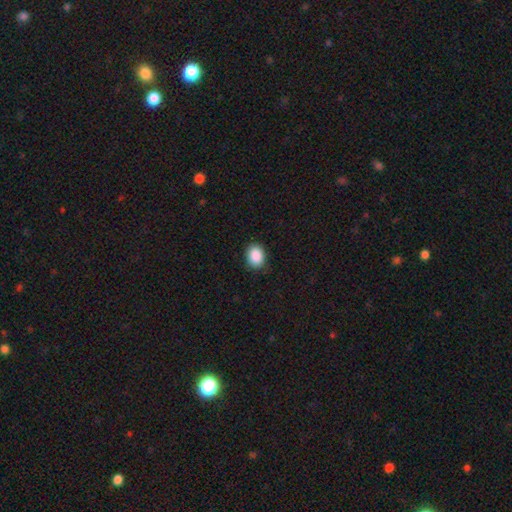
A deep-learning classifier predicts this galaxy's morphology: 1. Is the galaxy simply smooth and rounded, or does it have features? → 90% smooth, 8% star or artifact, 3% featured or disk.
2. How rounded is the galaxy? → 61% in between, 38% round, 1% cigar-shaped.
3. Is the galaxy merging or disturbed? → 87% none, 9% minor disturbance, 2% major disturbance, 1% merger.